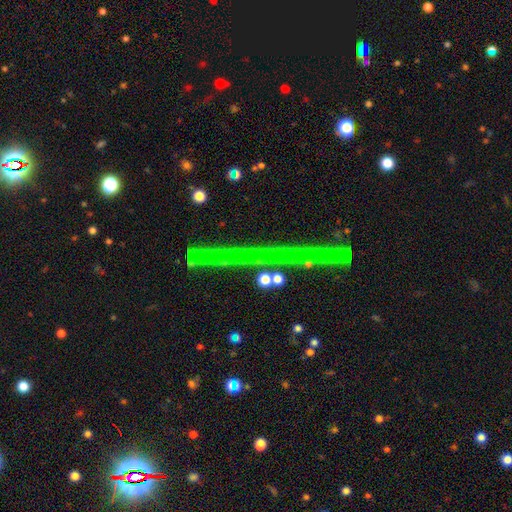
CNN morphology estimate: A star or artifact, not a galaxy (74%).

Vote fractions:
- Smooth or featured? star or artifact: 74% / featured or disk: 18% / smooth: 8%